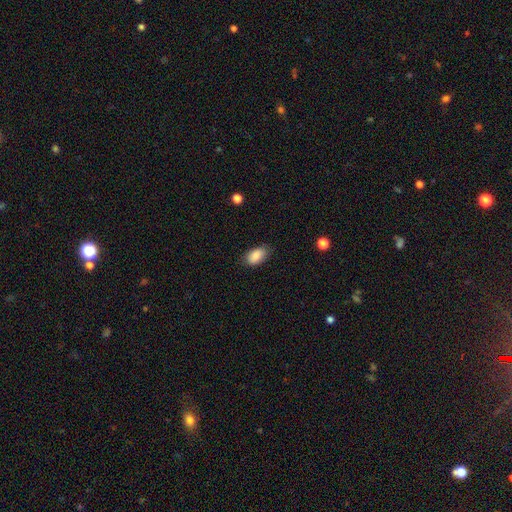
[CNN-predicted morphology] Smooth or featured: smooth — 88% (star or artifact — 7%)
How rounded: in between — 92% (round — 6%)
Merging: none — 79% (minor disturbance — 17%)